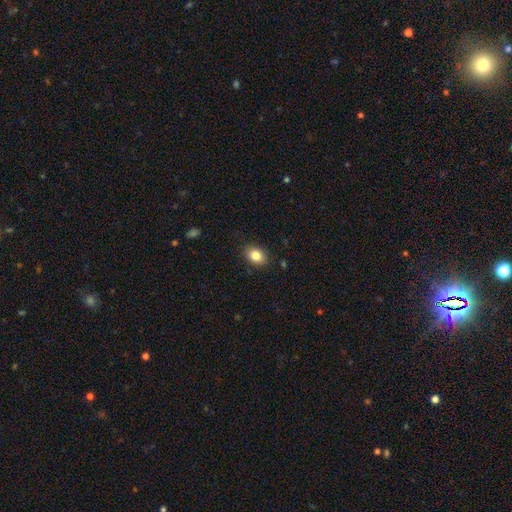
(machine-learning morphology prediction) smooth-or-featured: smooth: 84% | star or artifact: 9% | featured or disk: 8%
  how-rounded: in between: 74% | round: 25% | cigar-shaped: 1%
  merging: none: 87% | minor disturbance: 9% | major disturbance: 2% | merger: 1%